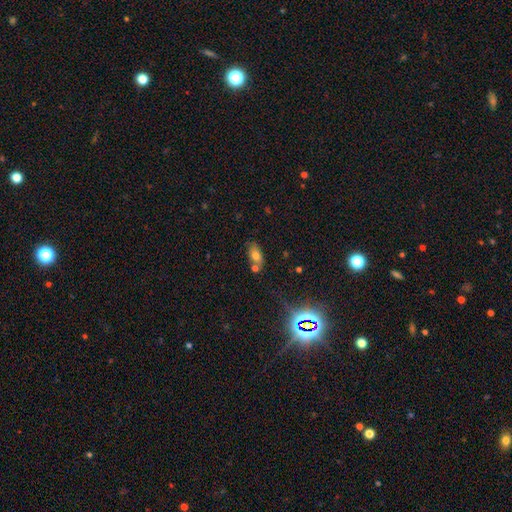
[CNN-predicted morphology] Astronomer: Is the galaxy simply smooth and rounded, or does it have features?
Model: smooth — 71%.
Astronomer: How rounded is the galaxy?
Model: in between — 86%.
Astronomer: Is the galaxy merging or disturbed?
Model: none — 57%.